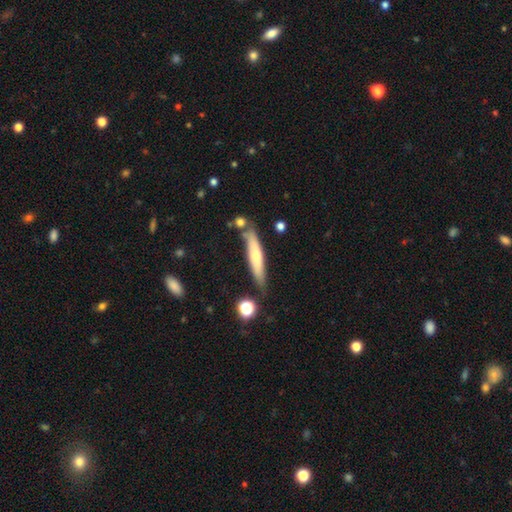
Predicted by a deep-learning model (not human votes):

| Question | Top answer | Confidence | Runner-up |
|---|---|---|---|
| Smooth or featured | smooth | 55% | featured or disk (39%) |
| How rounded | cigar-shaped | 88% | in between (10%) |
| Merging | none | 73% | minor disturbance (16%) |